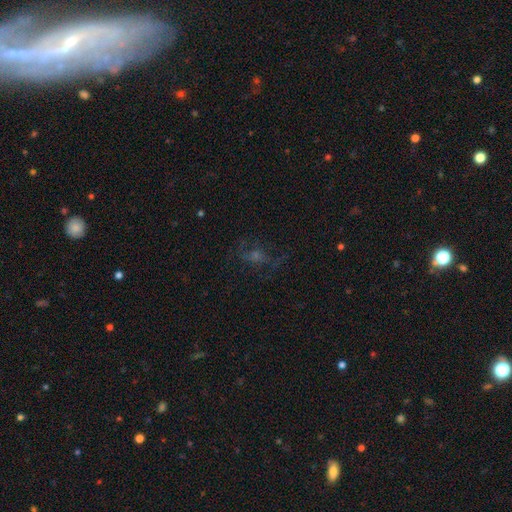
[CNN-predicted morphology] Q: Smooth or featured?
A: star or artifact (42%); runner-up: featured or disk (31%)